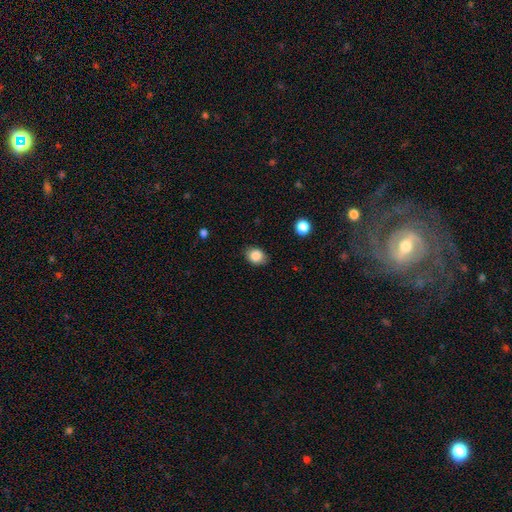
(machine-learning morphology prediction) The model was most divided on "how rounded": in between: 54%, round: 45%, cigar-shaped: 1%. More confident: smooth or featured — smooth (86%); merging — none (82%).